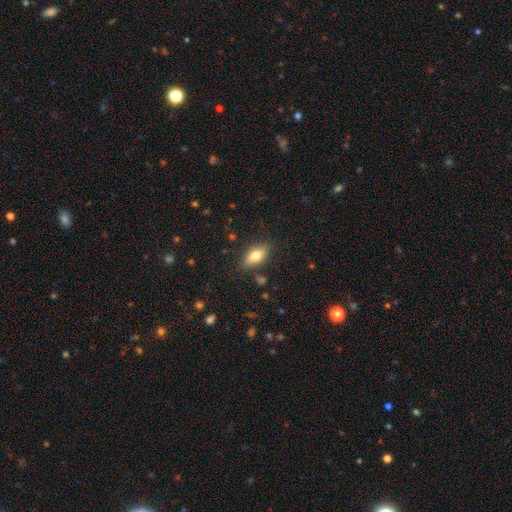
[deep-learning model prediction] Smooth or featured? Predicted: smooth (p=0.74). How rounded? Predicted: in between (p=0.86). Merging? Predicted: none (p=0.82).